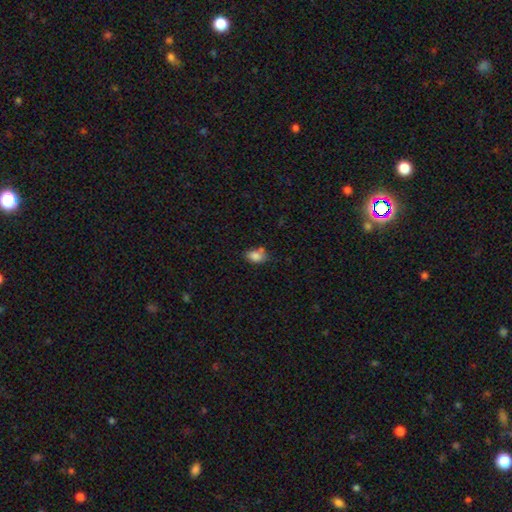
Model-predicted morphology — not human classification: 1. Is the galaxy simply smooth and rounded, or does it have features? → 84% smooth, 9% star or artifact, 7% featured or disk.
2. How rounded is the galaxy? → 83% in between, 16% round, 2% cigar-shaped.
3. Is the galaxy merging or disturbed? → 60% none, 22% minor disturbance, 14% merger, 5% major disturbance.